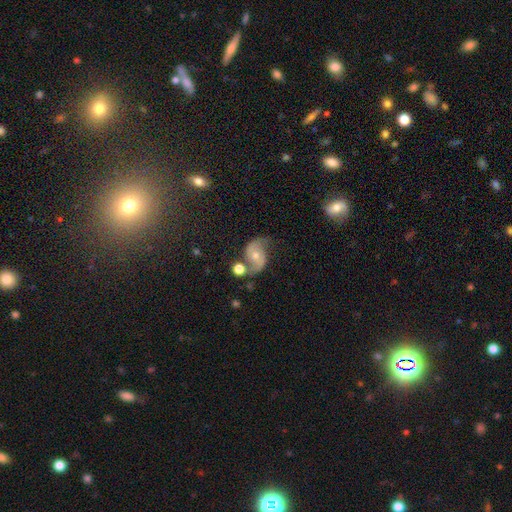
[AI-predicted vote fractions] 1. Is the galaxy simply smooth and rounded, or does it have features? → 75% featured or disk, 17% smooth, 8% star or artifact.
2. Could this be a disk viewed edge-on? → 98% no, 2% yes.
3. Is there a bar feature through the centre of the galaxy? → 59% no, 32% weak, 9% strong.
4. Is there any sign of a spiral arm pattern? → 91% yes, 9% no.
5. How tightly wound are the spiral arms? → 53% loose, 37% medium, 10% tight.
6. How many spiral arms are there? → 91% 2, 4% can't tell, 2% 1, 1% 3, 1% 4, 1% more than 4.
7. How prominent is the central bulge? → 56% moderate, 37% small, 4% large, 3% none, 1% dominant.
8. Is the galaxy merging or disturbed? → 54% none, 20% minor disturbance, 15% merger, 11% major disturbance.